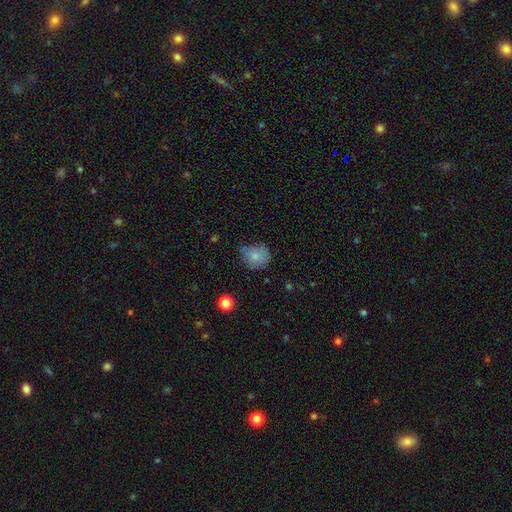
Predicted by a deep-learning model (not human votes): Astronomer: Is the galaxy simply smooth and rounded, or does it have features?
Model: smooth — 79%.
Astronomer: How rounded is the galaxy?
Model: round — 76%.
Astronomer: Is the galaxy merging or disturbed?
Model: none — 57%.